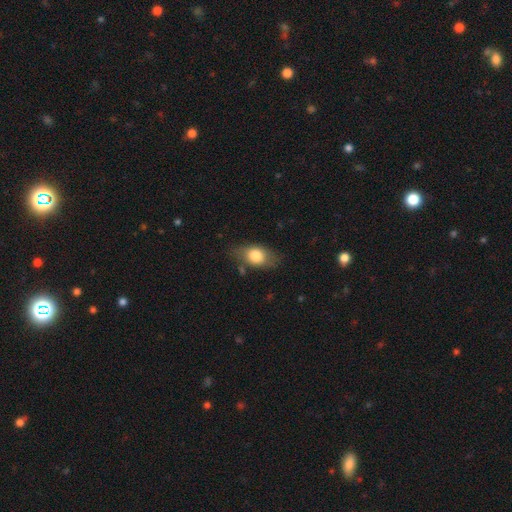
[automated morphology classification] This is likely a smooth galaxy (77%). How rounded: clearly in between (80%). Merging: likely none (70%).